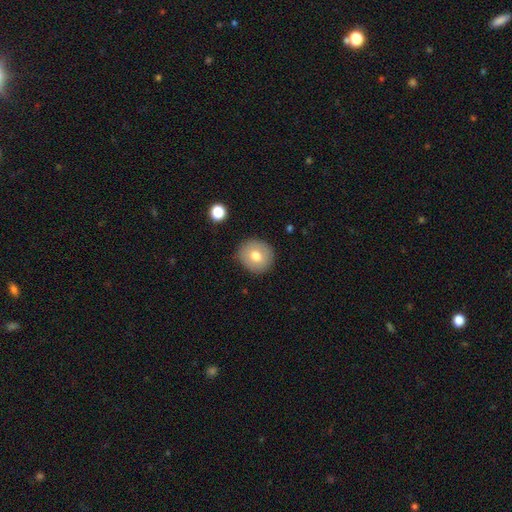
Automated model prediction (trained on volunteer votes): Overall: smooth (73%). How rounded: round (85%). Merging: none (87%).